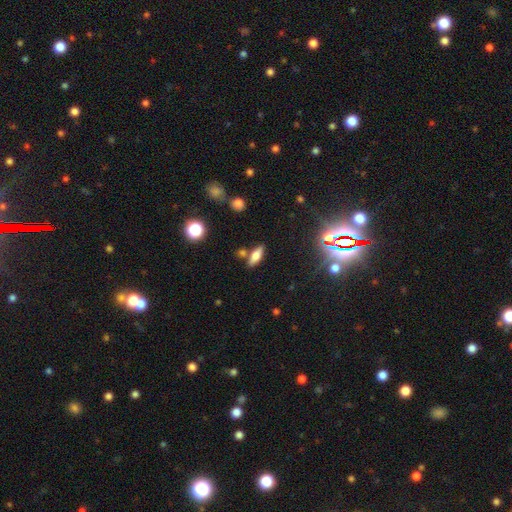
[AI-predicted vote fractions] This appears to be a smooth galaxy with no disk features (67%) that is in between round and cigar-shaped (64%). Merging: none (76%).